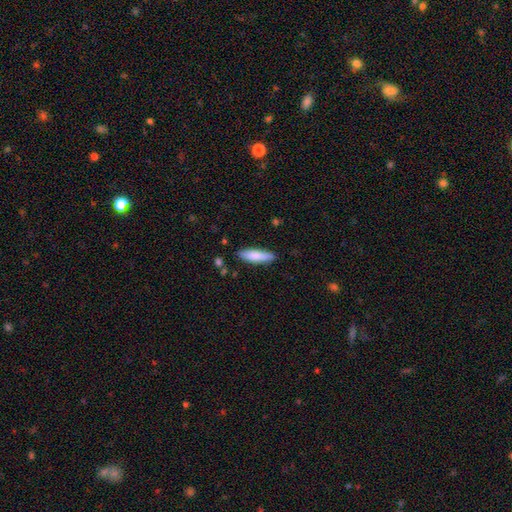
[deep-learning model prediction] Q: Smooth or featured?
A: smooth (83%); runner-up: featured or disk (12%)
Q: How rounded?
A: cigar-shaped (63%); runner-up: in between (35%)
Q: Merging?
A: none (85%); runner-up: minor disturbance (11%)